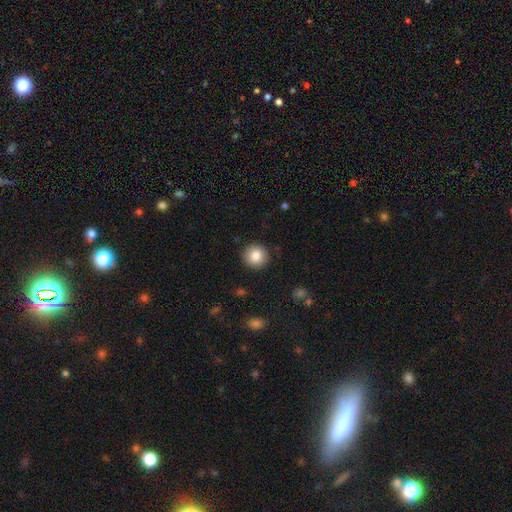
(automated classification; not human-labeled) smooth-or-featured: smooth: 85% | star or artifact: 9% | featured or disk: 7%
  how-rounded: round: 94% | in between: 5% | cigar-shaped: 1%
  merging: none: 91% | minor disturbance: 6% | major disturbance: 2% | merger: 1%